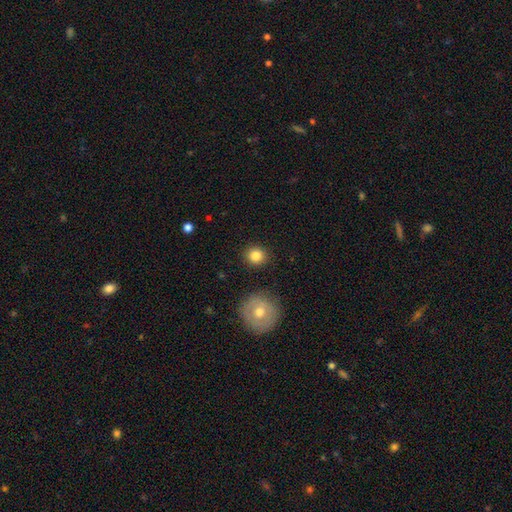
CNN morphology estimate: Smooth or featured? smooth (84%)
How rounded? round (90%)
Merging? none (90%)